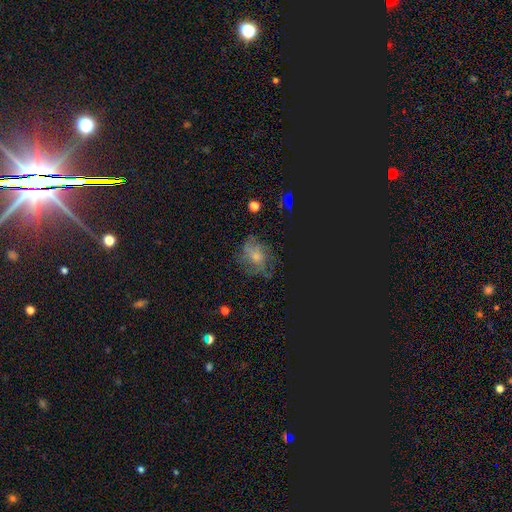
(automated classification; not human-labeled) Overall: featured or disk (43%; star or artifact 34%). Merging: none (71%).